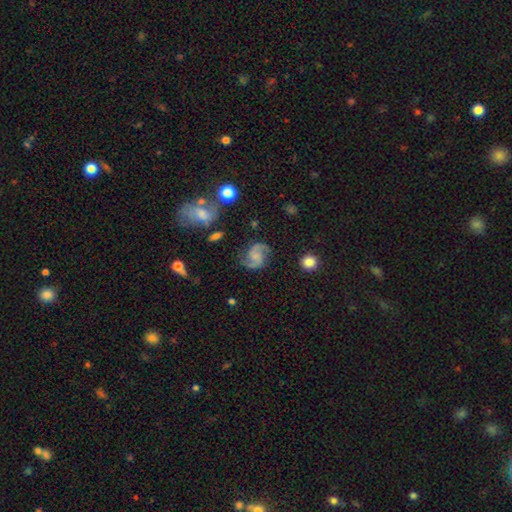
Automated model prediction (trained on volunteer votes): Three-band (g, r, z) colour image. It shows a featured or disk galaxy (86%) with no bar (60%), 2 (94%) medium (54%) spiral arms (98%) and no central bulge (43%). Merging: none (77%).